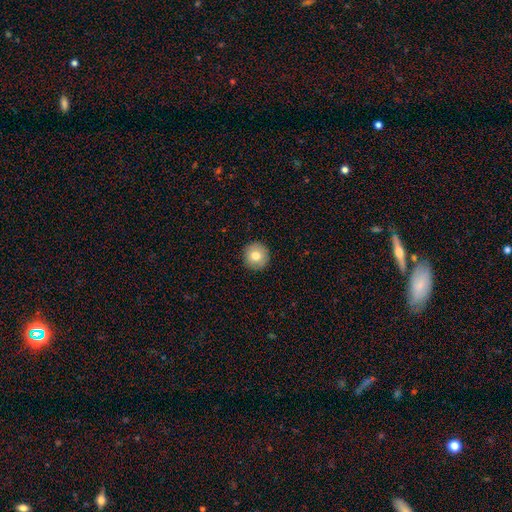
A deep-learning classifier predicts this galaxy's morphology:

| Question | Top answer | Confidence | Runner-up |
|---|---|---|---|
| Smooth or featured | smooth | 78% | featured or disk (14%) |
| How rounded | round | 96% | in between (4%) |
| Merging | none | 92% | minor disturbance (5%) |